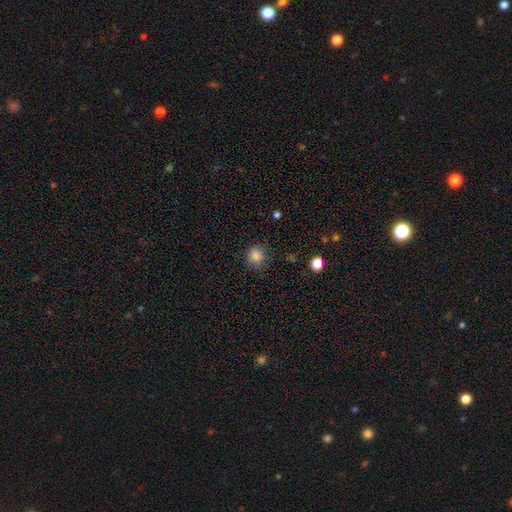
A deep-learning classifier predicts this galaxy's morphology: A smooth galaxy with no disk features (85%) that is round (88%). Merging: none (83%).